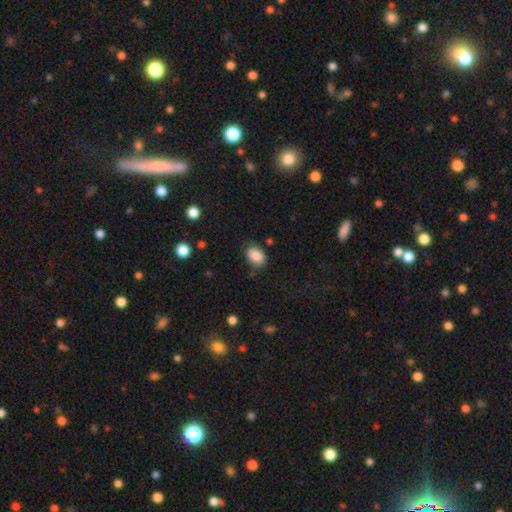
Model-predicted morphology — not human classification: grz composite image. It shows a smooth galaxy with no disk features (87%) that is in between round and cigar-shaped (82%). Merging: none (77%).